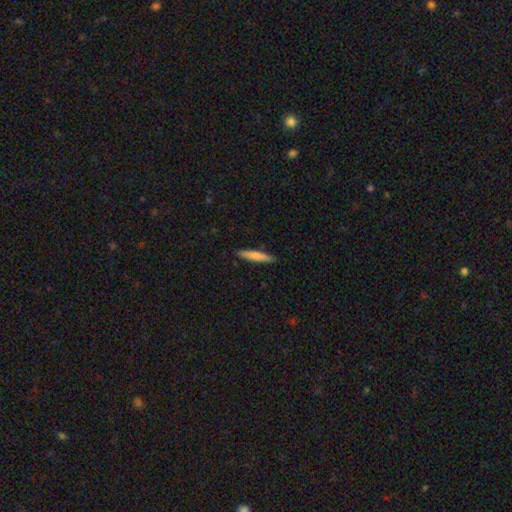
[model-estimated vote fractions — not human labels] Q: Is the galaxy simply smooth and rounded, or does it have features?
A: smooth — 73%.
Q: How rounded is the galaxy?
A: cigar-shaped — 93%.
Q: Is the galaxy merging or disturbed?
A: none — 91%.